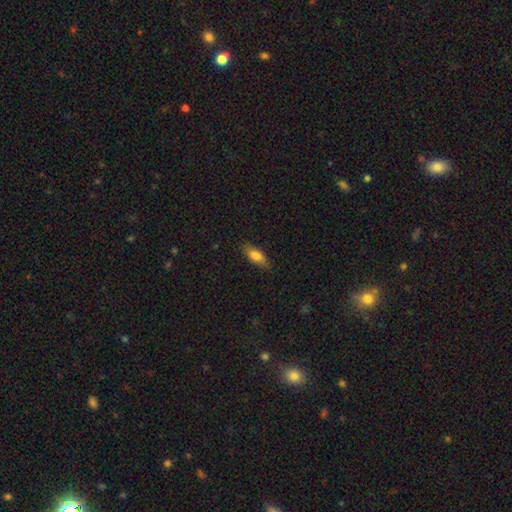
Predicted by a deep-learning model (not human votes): A smooth galaxy with no disk features (78%) that is in between round and cigar-shaped (77%).

Vote fractions:
- Smooth or featured? smooth: 78% / featured or disk: 14% / star or artifact: 7%
- How rounded? in between: 77% / cigar-shaped: 20% / round: 3%
- Merging? none: 83% / minor disturbance: 13% / major disturbance: 3% / merger: 1%